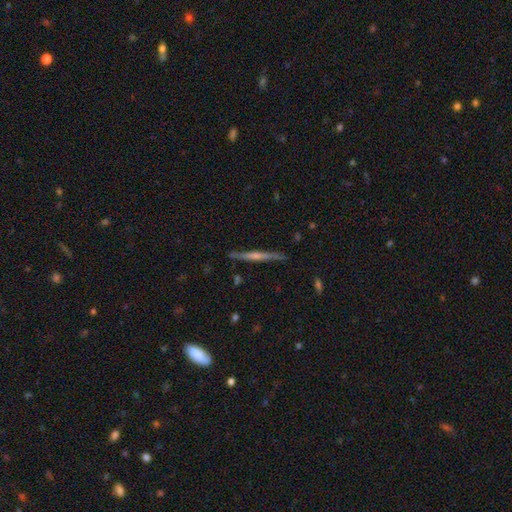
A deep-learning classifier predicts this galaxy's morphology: Overall: featured or disk (71%). Edge-on disk: yes (98%). Edge-on bulge: rounded (59%; none 30%). Merging: none (88%).